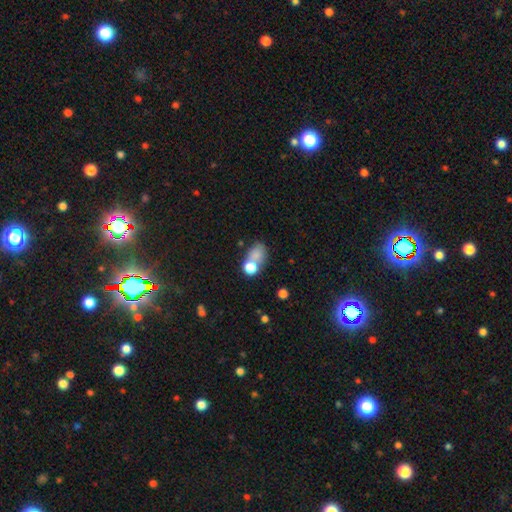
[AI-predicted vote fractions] A smooth galaxy with no disk features (73%) that is in between round and cigar-shaped (64%).

Vote fractions:
- Smooth or featured? smooth: 73% / star or artifact: 14% / featured or disk: 13%
- How rounded? in between: 64% / round: 35% / cigar-shaped: 2%
- Merging? none: 37% / merger: 36% / minor disturbance: 15% / major disturbance: 11%